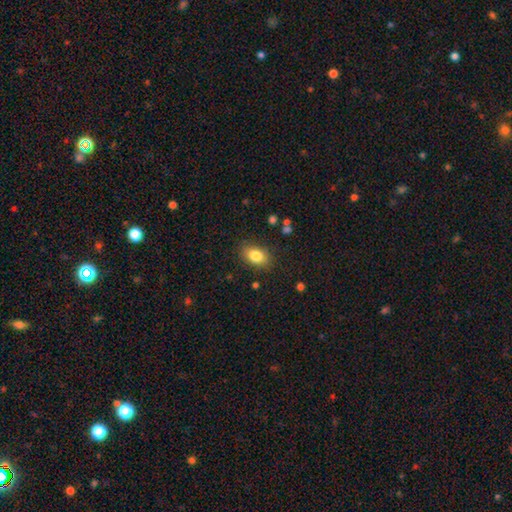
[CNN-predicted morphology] A smooth galaxy with no disk features (83%) that is in between round and cigar-shaped (86%).

Vote fractions:
- Smooth or featured? smooth: 83% / featured or disk: 8% / star or artifact: 8%
- How rounded? in between: 86% / round: 12% / cigar-shaped: 2%
- Merging? none: 84% / minor disturbance: 11% / major disturbance: 3% / merger: 1%